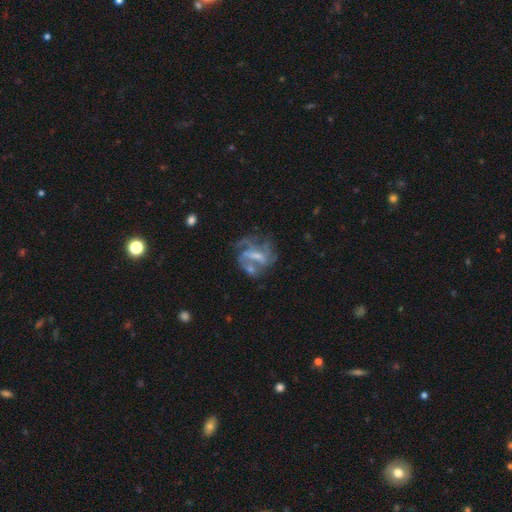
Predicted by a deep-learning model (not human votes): smooth_or_featured: featured or disk (p=0.68) [alt: smooth p=0.18]
disk_edge_on: no (p=0.95) [alt: yes p=0.05]
bar: weak (p=0.41) [alt: no p=0.33]
has_spiral_arms: yes (p=0.64) [alt: no p=0.36]
bulge_size: small (p=0.39) [alt: moderate p=0.29]
merging: none (p=0.39) [alt: major disturbance p=0.24]